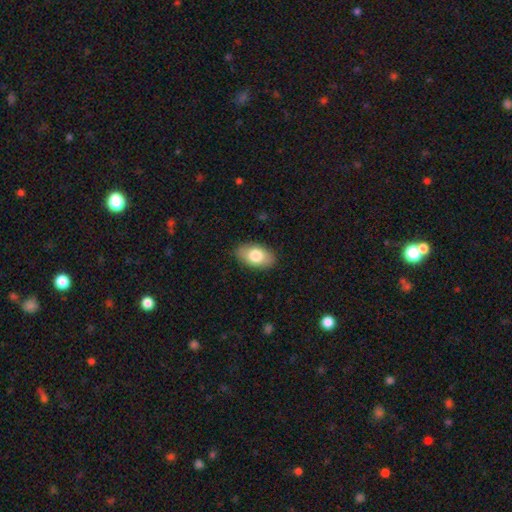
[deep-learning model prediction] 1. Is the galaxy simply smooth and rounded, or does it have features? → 78% smooth, 15% featured or disk, 7% star or artifact.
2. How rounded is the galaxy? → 93% in between, 5% round, 2% cigar-shaped.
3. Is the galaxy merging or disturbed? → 87% none, 10% minor disturbance, 2% major disturbance, 1% merger.